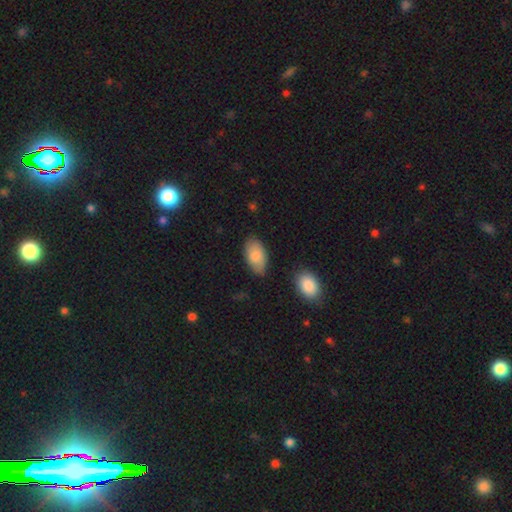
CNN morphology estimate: Overall: smooth (85%). How rounded: in between (95%). Merging: none (77%).